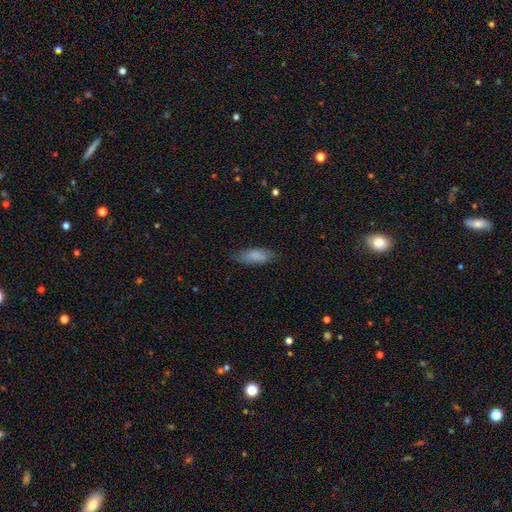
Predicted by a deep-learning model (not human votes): A smooth galaxy with no disk features (82%) that is in between round and cigar-shaped (70%).

Vote fractions:
- Smooth or featured? smooth: 82% / featured or disk: 11% / star or artifact: 7%
- How rounded? in between: 70% / cigar-shaped: 29% / round: 2%
- Merging? none: 69% / minor disturbance: 24% / major disturbance: 6% / merger: 1%